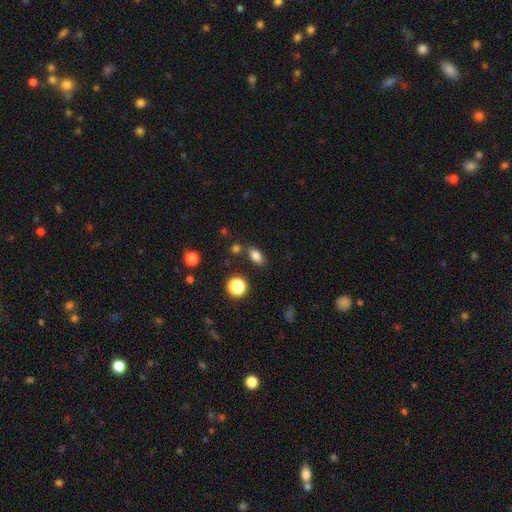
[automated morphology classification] smooth-or-featured: smooth: 81% | star or artifact: 13% | featured or disk: 6%
  how-rounded: in between: 82% | round: 14% | cigar-shaped: 4%
  merging: none: 78% | minor disturbance: 11% | merger: 8% | major disturbance: 3%